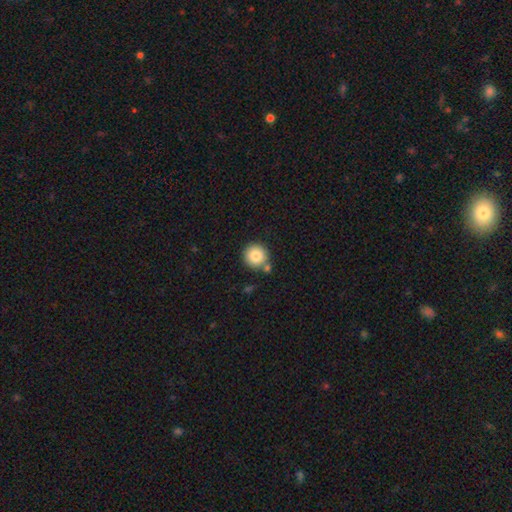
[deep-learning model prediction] A smooth galaxy with no disk features (82%) that is round (94%). Merging: none (75%).